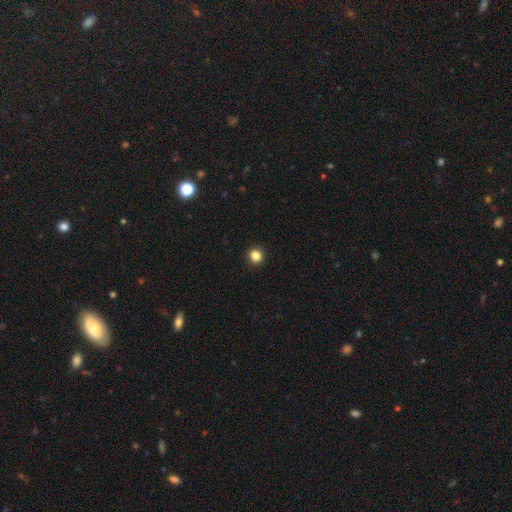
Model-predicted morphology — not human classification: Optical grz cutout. It shows a smooth galaxy with no disk features (85%) that is round (89%). Merging: none (93%).